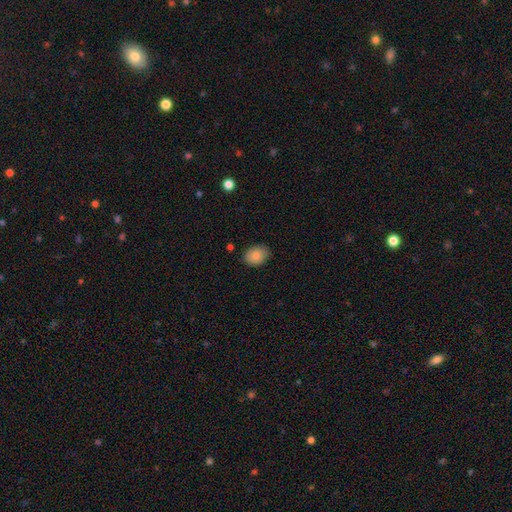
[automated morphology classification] Smooth or featured? Predicted: smooth (p=0.86). How rounded? Predicted: in between (p=0.65). Merging? Predicted: none (p=0.85).